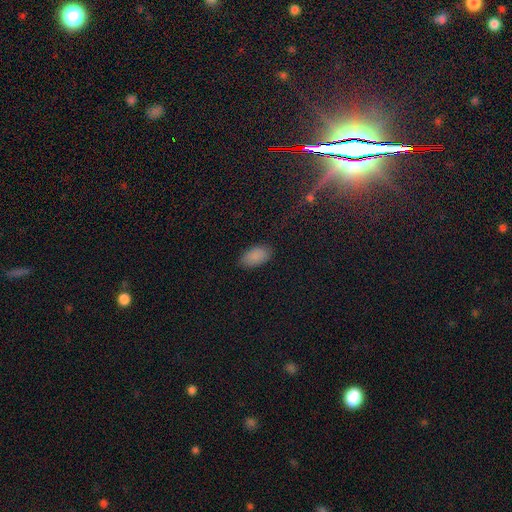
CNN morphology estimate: smooth-or-featured: smooth: 88% | star or artifact: 8% | featured or disk: 4%
  how-rounded: in between: 94% | round: 4% | cigar-shaped: 2%
  merging: none: 84% | minor disturbance: 13% | major disturbance: 3% | merger: 1%